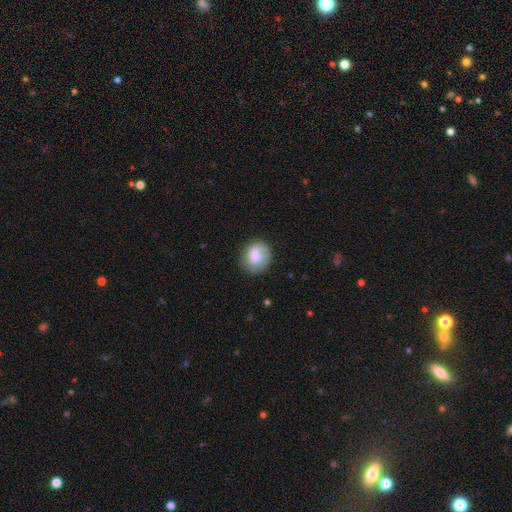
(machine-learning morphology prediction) This is likely a smooth galaxy (76%). How rounded: likely round (76%). Merging: likely none (70%).